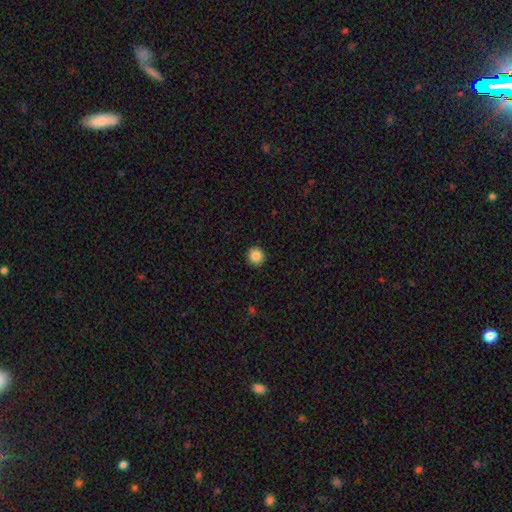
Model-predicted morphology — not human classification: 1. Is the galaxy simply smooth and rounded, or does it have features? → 87% smooth, 9% star or artifact, 4% featured or disk.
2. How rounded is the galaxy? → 94% round, 5% in between, 1% cigar-shaped.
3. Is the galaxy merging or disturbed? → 92% none, 5% minor disturbance, 2% major disturbance, 1% merger.